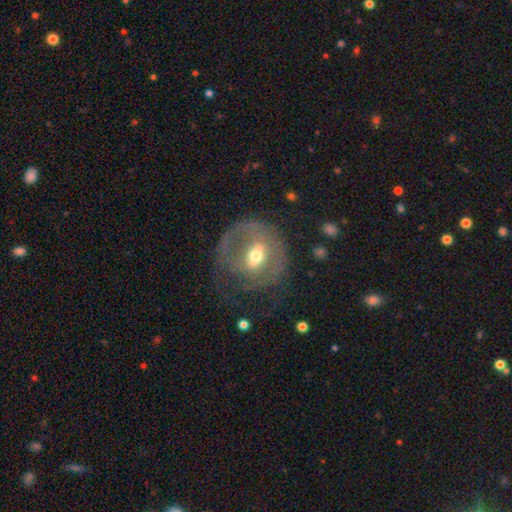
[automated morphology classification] Smooth or featured? featured or disk (72%)
Edge-on disk? no (94%)
Bar? weak (44%)
Spiral arms? yes (62%)
Bulge size? moderate (67%)
Merging? none (50%)